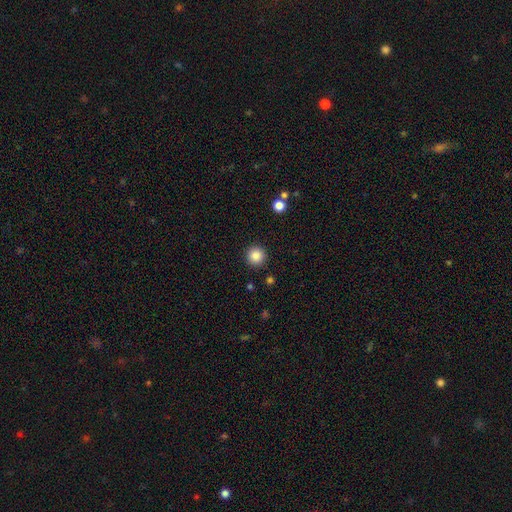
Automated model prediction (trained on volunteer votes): This is clearly a smooth galaxy (86%). How rounded: clearly round (96%). Merging: clearly none (92%).